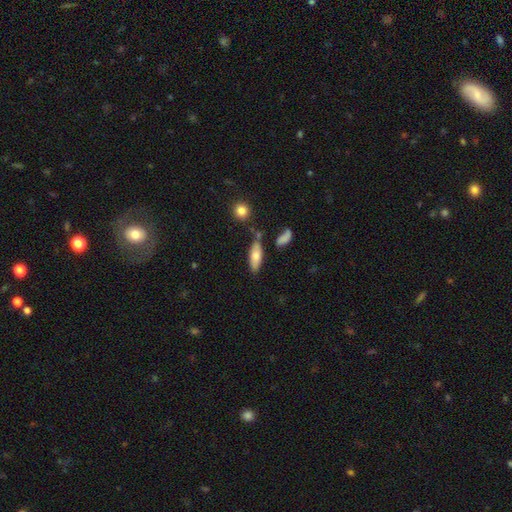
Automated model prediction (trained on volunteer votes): smooth_or_featured: smooth (p=0.72) [alt: featured or disk p=0.21]
how_rounded: in between (p=0.71) [alt: cigar-shaped p=0.26]
merging: none (p=0.69) [alt: minor disturbance p=0.18]